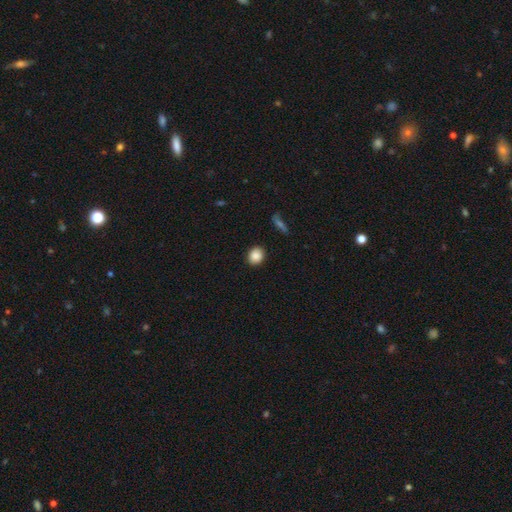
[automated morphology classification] This is clearly a smooth galaxy (88%). How rounded: likely round (68%). Merging: clearly none (90%).